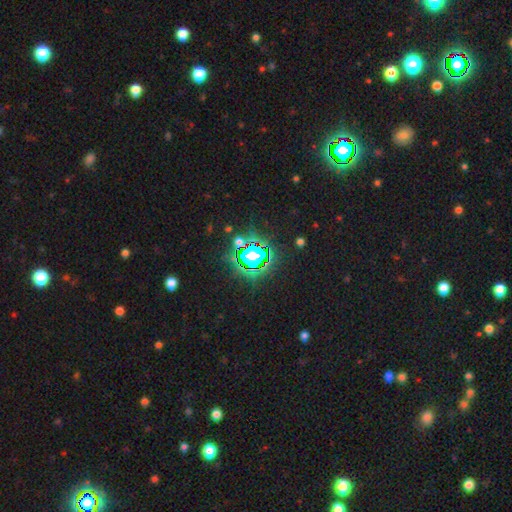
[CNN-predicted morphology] Q: Smooth or featured?
A: star or artifact (82%); runner-up: smooth (11%)